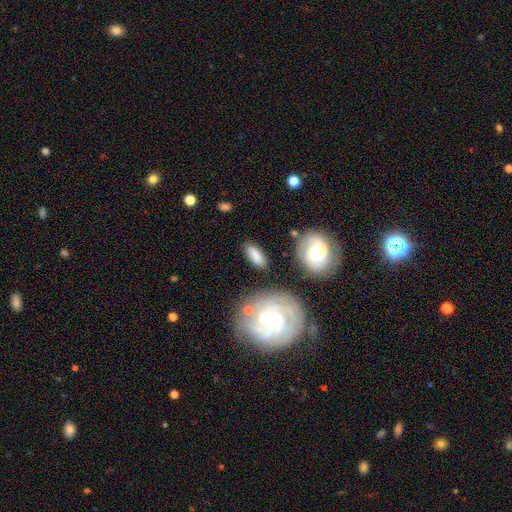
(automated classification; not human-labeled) Smooth or featured? Predicted: smooth (p=0.72). How rounded? Predicted: in between (p=0.65). Merging? Predicted: none (p=0.78).